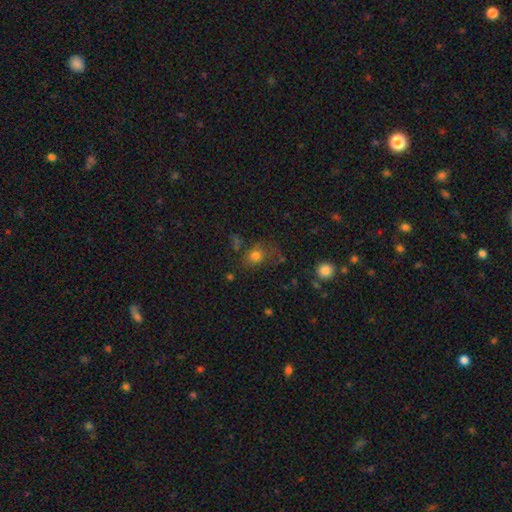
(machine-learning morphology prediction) This is likely a smooth galaxy (73%). How rounded: likely round (60%). Merging: possibly none (54%).